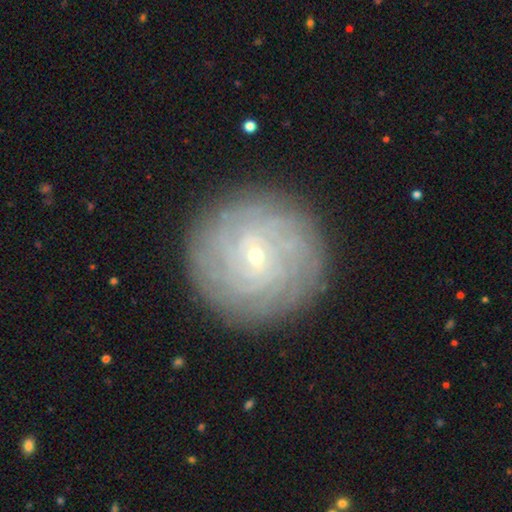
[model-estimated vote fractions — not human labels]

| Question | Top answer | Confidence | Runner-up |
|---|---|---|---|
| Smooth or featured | featured or disk | 76% | smooth (15%) |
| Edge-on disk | no | 97% | yes (3%) |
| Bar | no | 58% | weak (34%) |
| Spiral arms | yes | 92% | no (8%) |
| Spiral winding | tight | 84% | medium (12%) |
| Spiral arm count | can't tell | 40% | more than 4 (19%) |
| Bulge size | small | 77% | moderate (20%) |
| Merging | none | 87% | minor disturbance (9%) |